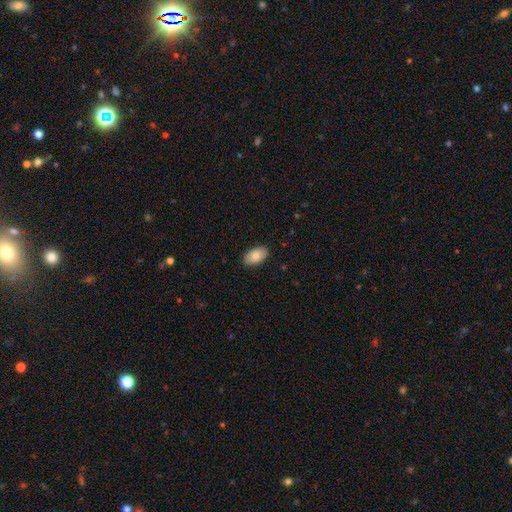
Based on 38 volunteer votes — smooth 87%, featured or disk 11%, star or artifact 3%. Down the decision tree: how rounded — in between (97%); merging — none (89%).